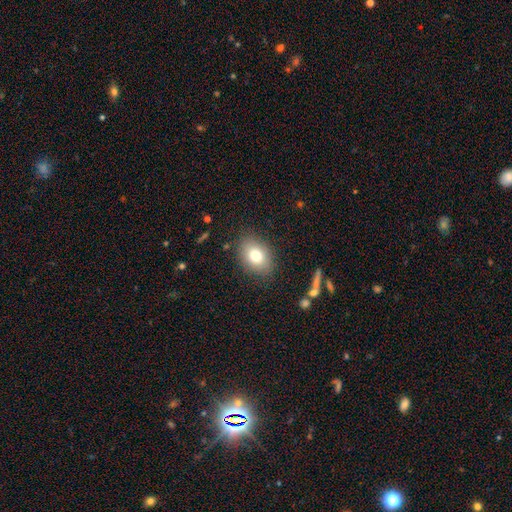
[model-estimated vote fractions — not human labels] This appears to be a smooth galaxy with no disk features (77%) that is in between round and cigar-shaped (69%). Merging: none (84%).